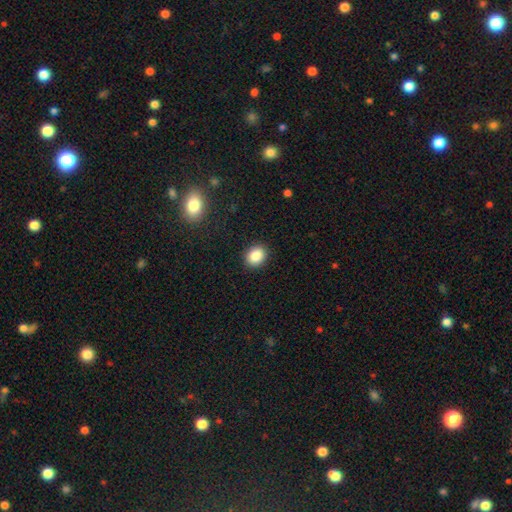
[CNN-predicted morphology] Smooth or featured? smooth (87%)
How rounded? round (51%)
Merging? none (90%)